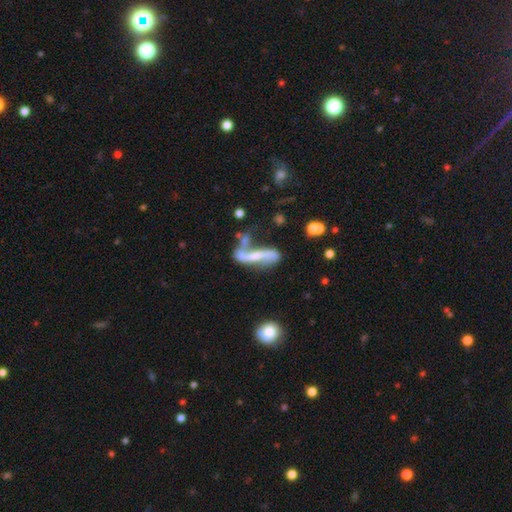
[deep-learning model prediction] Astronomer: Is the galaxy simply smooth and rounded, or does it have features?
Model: featured or disk — 71%.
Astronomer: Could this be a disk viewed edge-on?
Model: no — 79%.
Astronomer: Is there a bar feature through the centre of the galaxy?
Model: no — 38% (runner-up: strong, 34%).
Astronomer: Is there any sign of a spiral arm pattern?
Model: yes — 82%.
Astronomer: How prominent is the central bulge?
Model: small — 45% (runner-up: moderate, 30%).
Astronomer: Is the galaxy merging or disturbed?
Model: none — 38% (runner-up: merger, 23%).